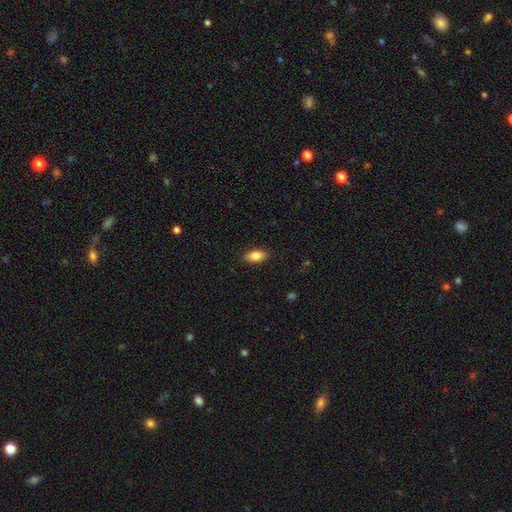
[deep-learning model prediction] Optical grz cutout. It shows a smooth galaxy with no disk features (82%) that is in between round and cigar-shaped (89%). Merging: none (88%).